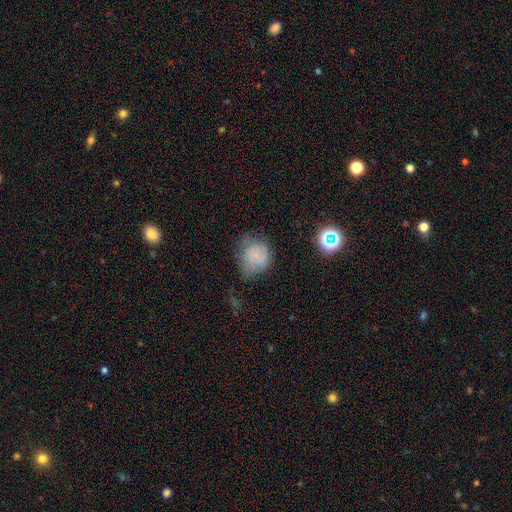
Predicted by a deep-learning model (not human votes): Smooth or featured: smooth — 72% (featured or disk — 14%)
How rounded: round — 69% (in between — 30%)
Merging: none — 40% (minor disturbance — 34%)